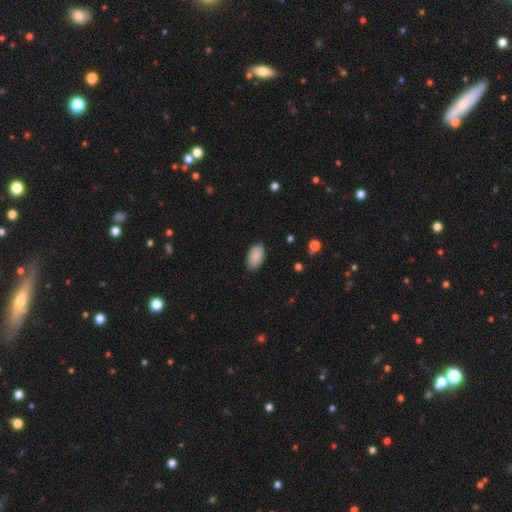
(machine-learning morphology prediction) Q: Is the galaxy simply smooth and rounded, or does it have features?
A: smooth — 87%.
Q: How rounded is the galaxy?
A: in between — 94%.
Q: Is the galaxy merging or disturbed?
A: none — 81%.